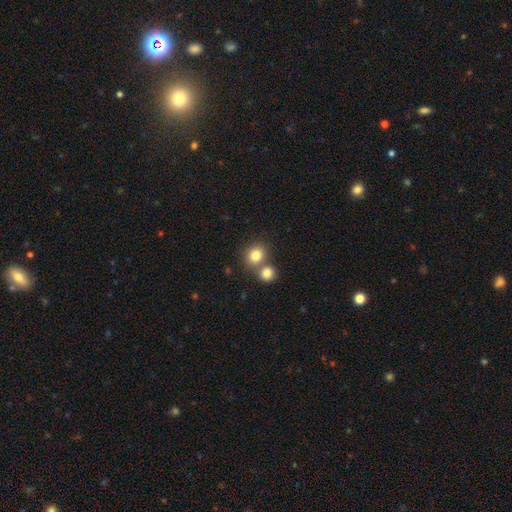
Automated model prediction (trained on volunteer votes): Overall: smooth (82%). How rounded: round (74%). Merging: none (54%; merger 36%).